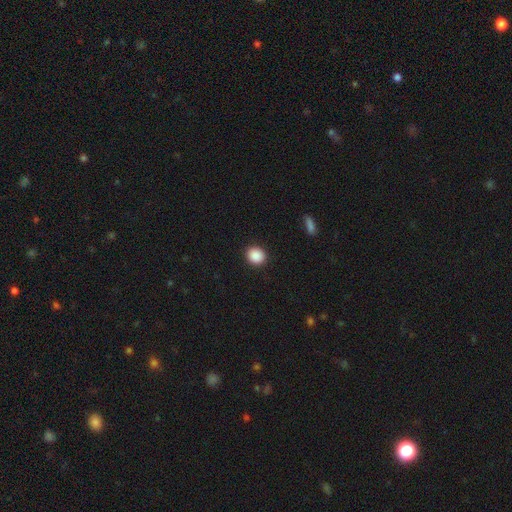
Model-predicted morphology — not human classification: A smooth galaxy with no disk features (89%) that is round (79%). Merging: none (91%).